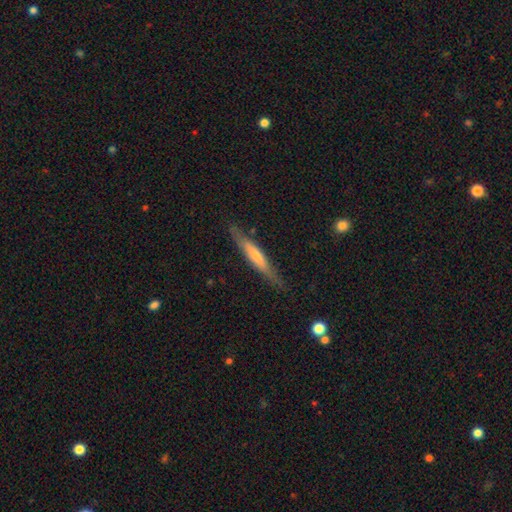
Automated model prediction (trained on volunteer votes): smooth-or-featured: featured or disk: 51% | smooth: 43% | star or artifact: 6%
  disk-edge-on: yes: 92% | no: 8%
  merging: none: 84% | minor disturbance: 12% | major disturbance: 2% | merger: 1%